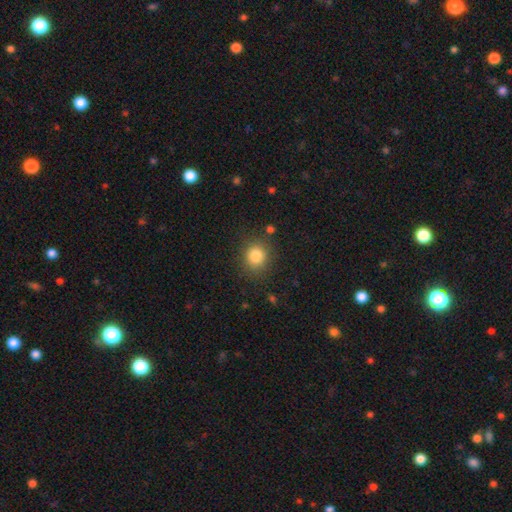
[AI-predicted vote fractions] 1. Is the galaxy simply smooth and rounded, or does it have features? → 83% smooth, 11% star or artifact, 6% featured or disk.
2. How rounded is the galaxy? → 81% round, 18% in between, 1% cigar-shaped.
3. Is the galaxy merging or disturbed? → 85% none, 9% minor disturbance, 3% major disturbance, 2% merger.